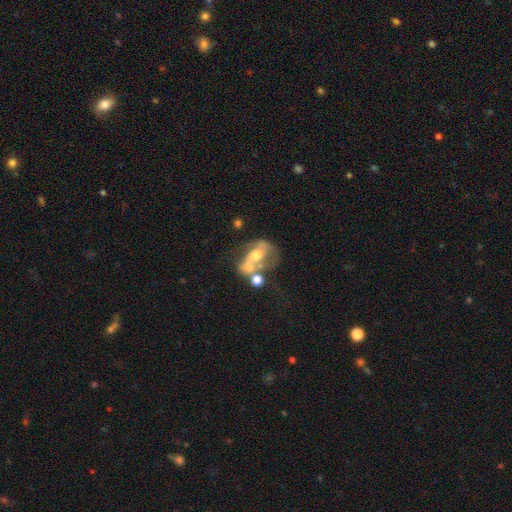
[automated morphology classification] The model was most divided on "merging": merger: 39%, none: 27%, major disturbance: 19%, minor disturbance: 15%. More confident: edge-on disk — no (96%); smooth or featured — featured or disk (67%); spiral arms — yes (65%); bulge size — moderate (63%); bar — no (54%).